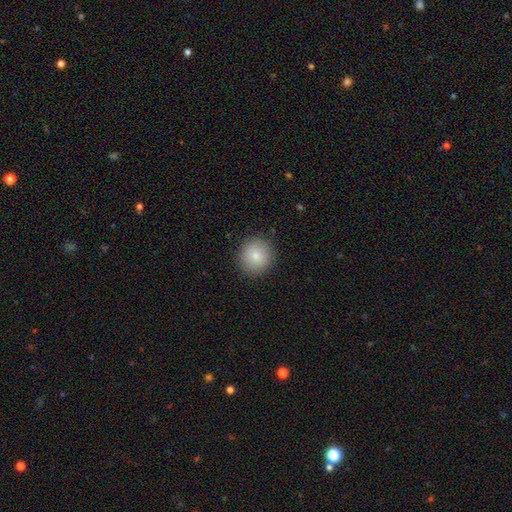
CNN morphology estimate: The model was most divided on "smooth or featured": smooth: 83%, star or artifact: 9%, featured or disk: 8%. More confident: how rounded — round (91%); merging — none (90%).